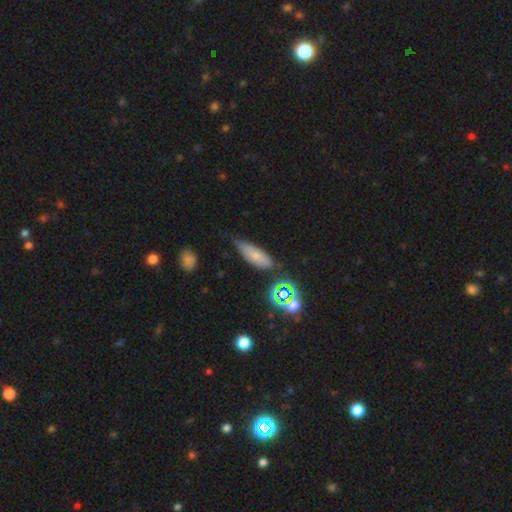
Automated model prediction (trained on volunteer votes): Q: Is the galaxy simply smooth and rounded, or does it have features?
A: smooth — 68%.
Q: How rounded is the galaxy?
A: in between — 59%.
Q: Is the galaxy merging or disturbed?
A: none — 62%.